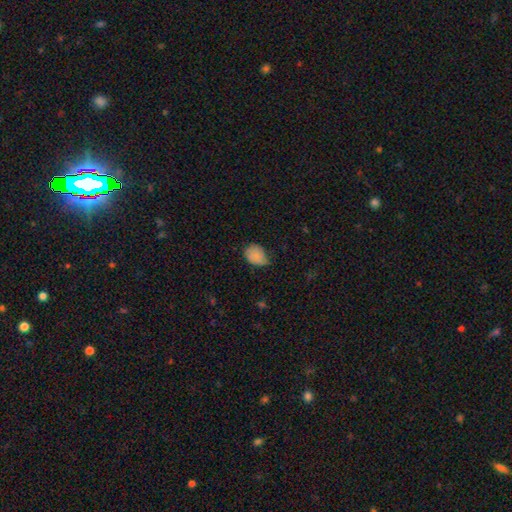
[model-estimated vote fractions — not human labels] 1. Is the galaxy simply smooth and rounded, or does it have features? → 83% smooth, 9% star or artifact, 8% featured or disk.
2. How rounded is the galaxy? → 62% in between, 37% round, 1% cigar-shaped.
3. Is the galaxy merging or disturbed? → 47% none, 43% minor disturbance, 8% major disturbance, 2% merger.